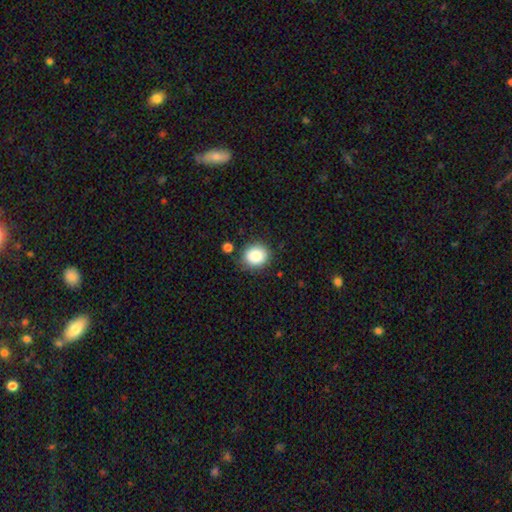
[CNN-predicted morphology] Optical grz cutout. It shows a smooth galaxy with no disk features (87%) that is round (75%). Merging: none (81%).